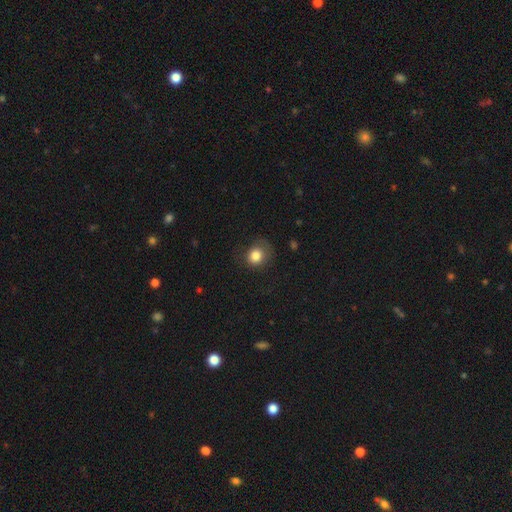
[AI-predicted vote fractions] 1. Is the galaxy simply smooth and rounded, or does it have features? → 82% smooth, 10% star or artifact, 8% featured or disk.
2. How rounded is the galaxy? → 75% round, 24% in between, 1% cigar-shaped.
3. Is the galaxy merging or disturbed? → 66% none, 21% minor disturbance, 12% major disturbance, 1% merger.